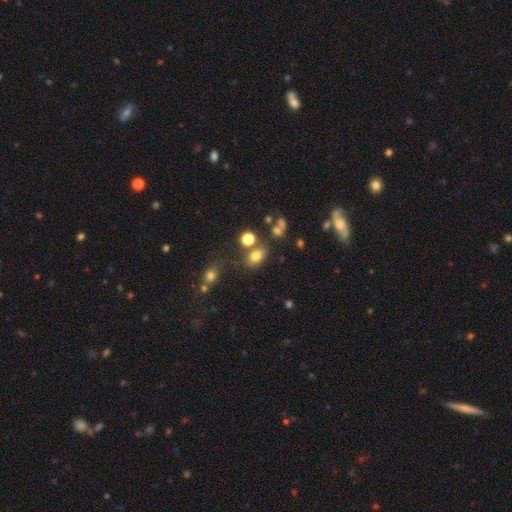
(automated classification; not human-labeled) Smooth or featured?
  - smooth: 75% *
  - star or artifact: 15%
  - featured or disk: 10%
How rounded?
  - in between: 76% *
  - round: 22%
  - cigar-shaped: 2%
Merging?
  - none: 64% *
  - merger: 15%
  - minor disturbance: 15%
  - major disturbance: 6%